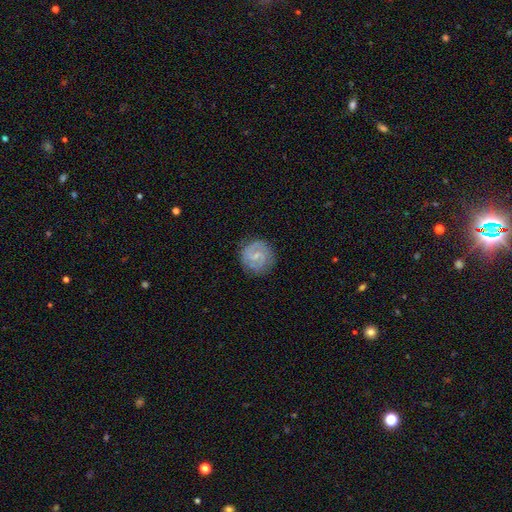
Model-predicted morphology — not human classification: This appears to be a featured or disk galaxy (71%) with a weak bar (58%), 2 (77%) tight (46%) spiral arms (92%) and a small central bulge (63%). Merging: none (83%).